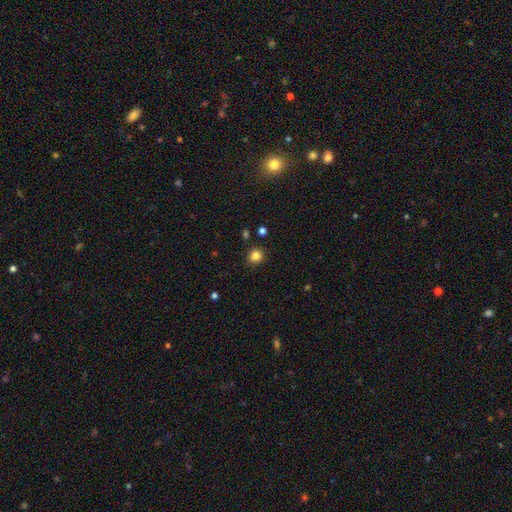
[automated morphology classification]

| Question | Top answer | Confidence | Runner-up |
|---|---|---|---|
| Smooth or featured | smooth | 83% | star or artifact (12%) |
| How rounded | round | 83% | in between (16%) |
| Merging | none | 85% | minor disturbance (10%) |